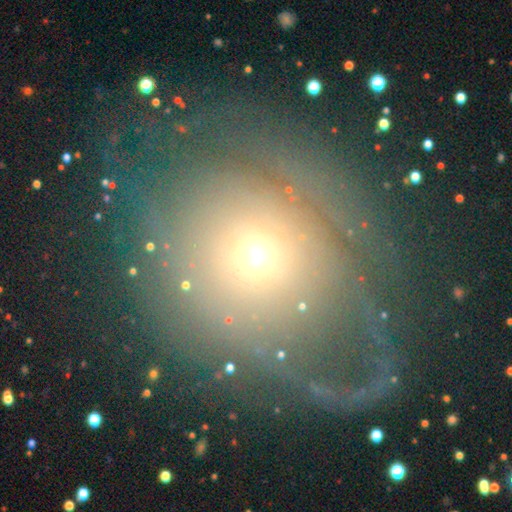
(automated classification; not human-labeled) This is marginally a smooth galaxy (44%). Merging: possibly none (54%).